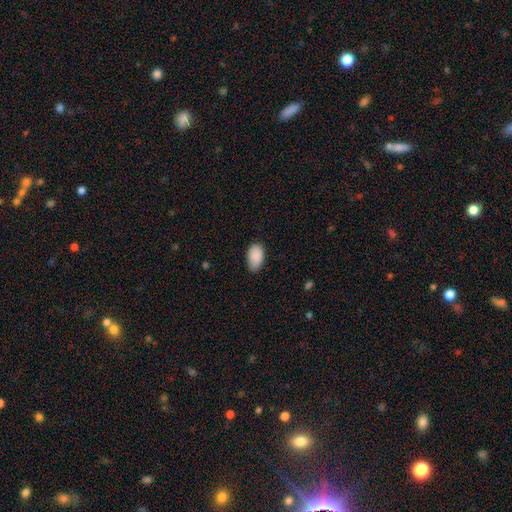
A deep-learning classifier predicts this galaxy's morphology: Smooth or featured?
  - smooth: 90% *
  - star or artifact: 7%
  - featured or disk: 4%
How rounded?
  - in between: 93% *
  - round: 5%
  - cigar-shaped: 1%
Merging?
  - none: 74% *
  - minor disturbance: 22%
  - major disturbance: 3%
  - merger: 1%